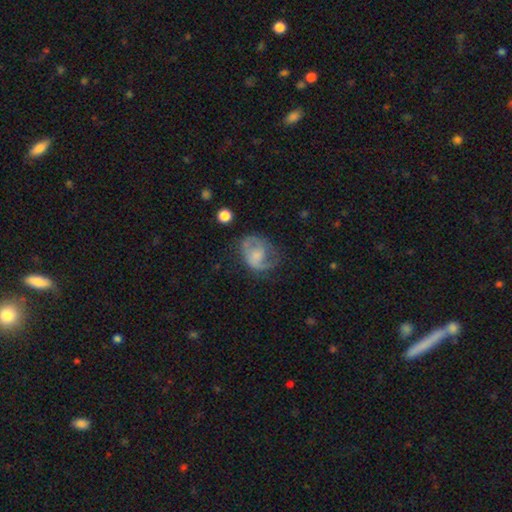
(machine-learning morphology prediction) type=featured or disk (56%); edge-on=no (97%); bar=no (66%); spiral arms=yes (73%); bulge=small (30%); merging=none (45%).